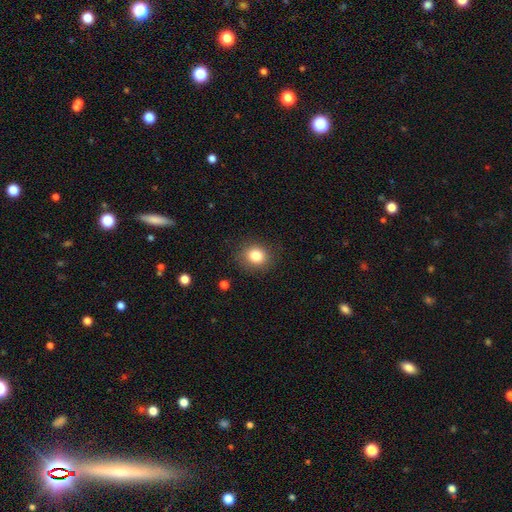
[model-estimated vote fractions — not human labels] The model was most divided on "how rounded": round: 76%, in between: 23%, cigar-shaped: 1%. More confident: merging — none (87%); smooth or featured — smooth (83%).